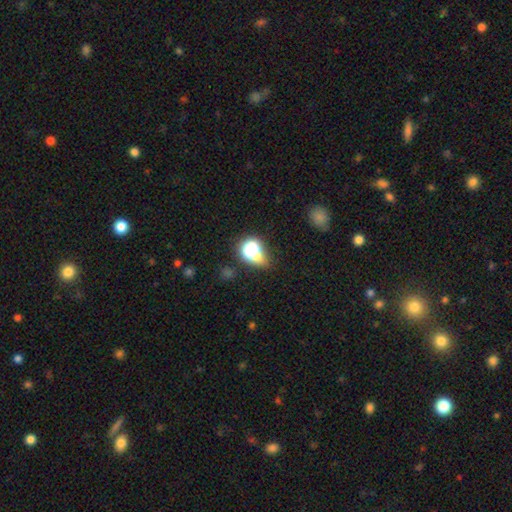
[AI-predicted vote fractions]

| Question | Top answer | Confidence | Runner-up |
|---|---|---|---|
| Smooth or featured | smooth | 63% | star or artifact (24%) |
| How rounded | round | 51% | in between (46%) |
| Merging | none | 51% | minor disturbance (19%) |